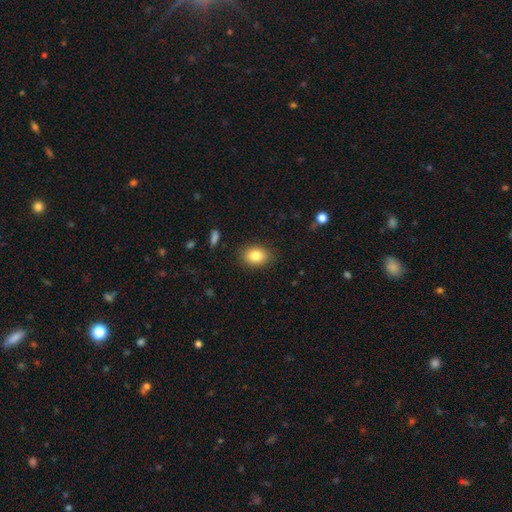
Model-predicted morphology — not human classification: Smooth or featured: smooth — 84% (star or artifact — 9%)
How rounded: in between — 72% (round — 26%)
Merging: none — 87% (minor disturbance — 9%)